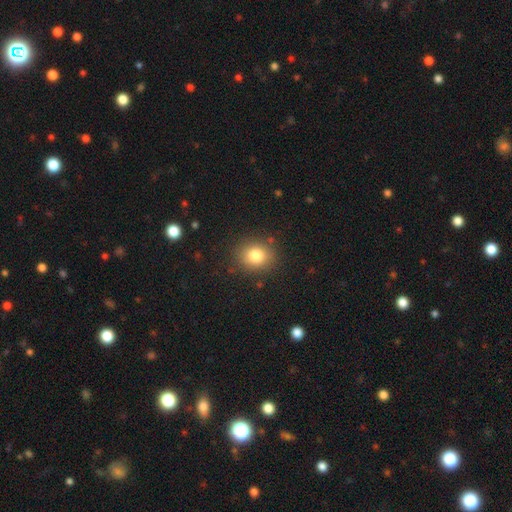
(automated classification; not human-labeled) Overall: smooth (81%). How rounded: round (71%). Merging: none (85%).